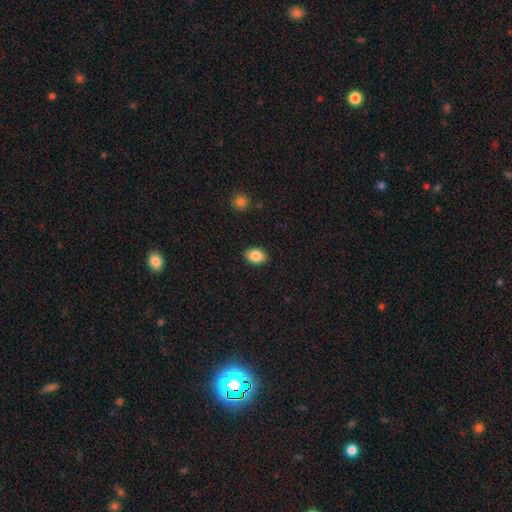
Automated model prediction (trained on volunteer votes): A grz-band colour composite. It shows a smooth galaxy with no disk features (86%) that is in between round and cigar-shaped (81%). Merging: none (88%).